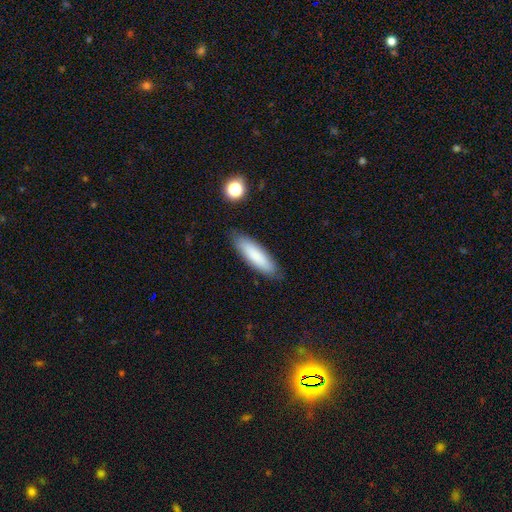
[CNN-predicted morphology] Overall: smooth (83%). How rounded: cigar-shaped (63%; in between 36%). Merging: none (86%).